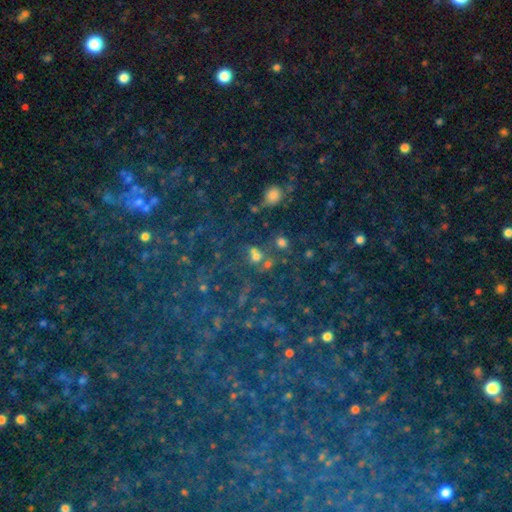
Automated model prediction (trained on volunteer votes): A smooth galaxy with no disk features (46%). Merging: none (59%).